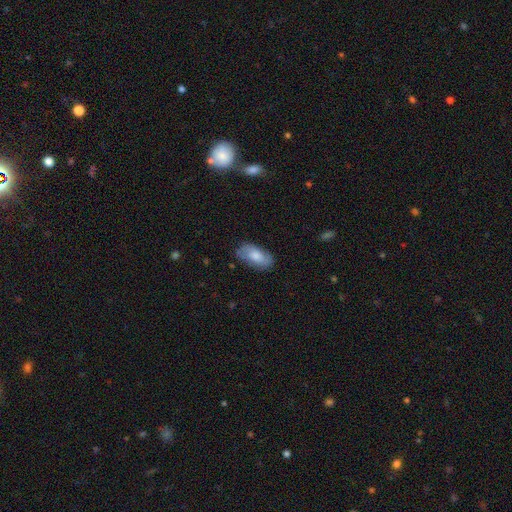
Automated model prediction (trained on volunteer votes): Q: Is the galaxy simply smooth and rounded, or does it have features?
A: smooth — 62%.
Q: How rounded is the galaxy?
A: in between — 92%.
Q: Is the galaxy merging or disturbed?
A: none — 75%.